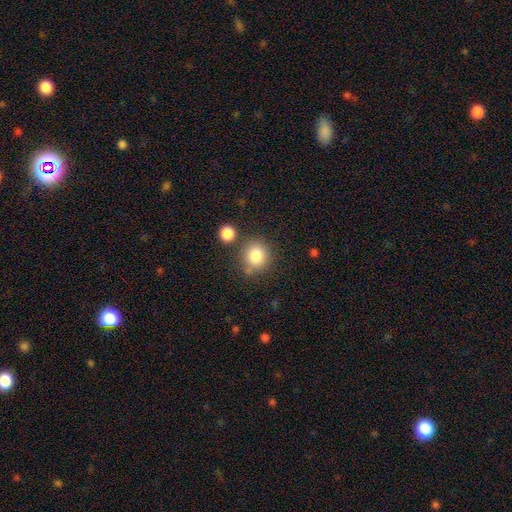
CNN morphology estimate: smooth-or-featured: smooth: 83% | star or artifact: 10% | featured or disk: 7%
  how-rounded: round: 84% | in between: 15% | cigar-shaped: 1%
  merging: none: 70% | minor disturbance: 14% | merger: 11% | major disturbance: 5%